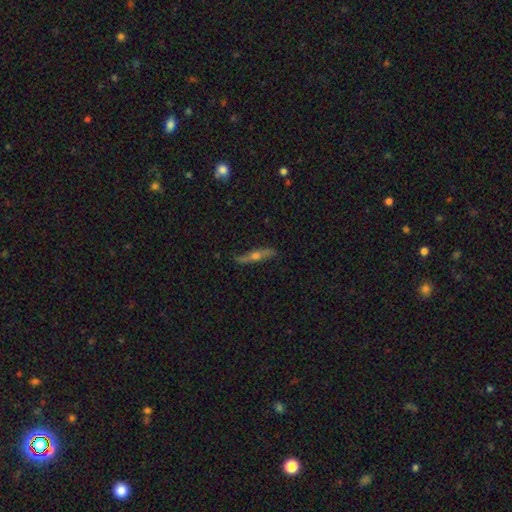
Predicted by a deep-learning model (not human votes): Smooth or featured? featured or disk (64%)
Edge-on disk? yes (89%)
Edge-on bulge? rounded (92%)
Merging? none (82%)